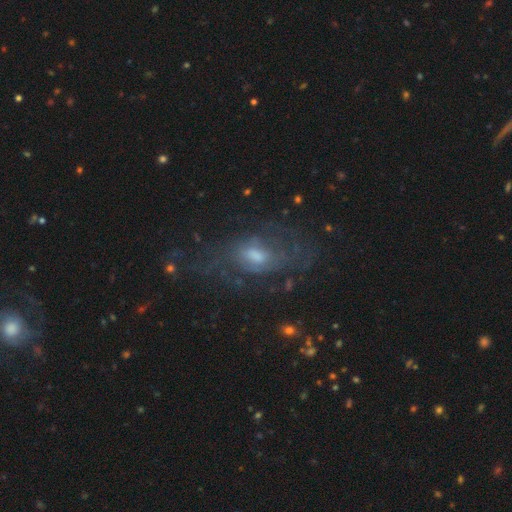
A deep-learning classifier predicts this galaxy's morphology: featured or disk 68%, smooth 21%, star or artifact 11%. Down the decision tree: edge-on disk — no (93%); bar — weak (46%); spiral arms — yes (74%); bulge size — moderate (56%); merging — none (54%).